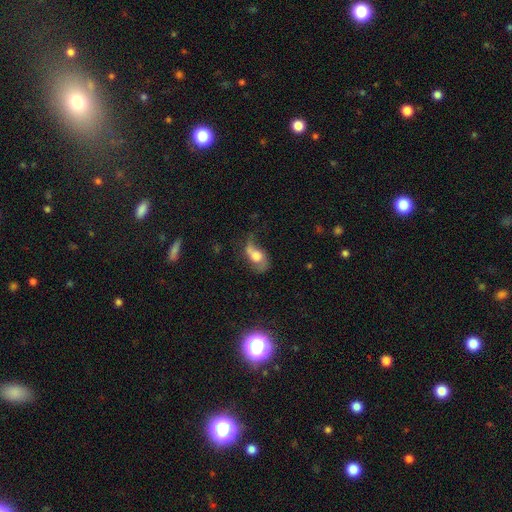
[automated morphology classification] Overall: featured or disk (51%; smooth 39%). Edge-on disk: no (93%). Merging: none (34%; major disturbance 33%).